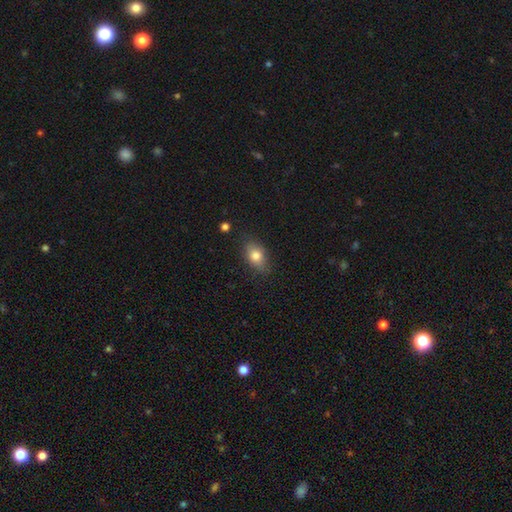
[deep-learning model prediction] Overall: smooth (78%). How rounded: in between (81%). Merging: none (80%).